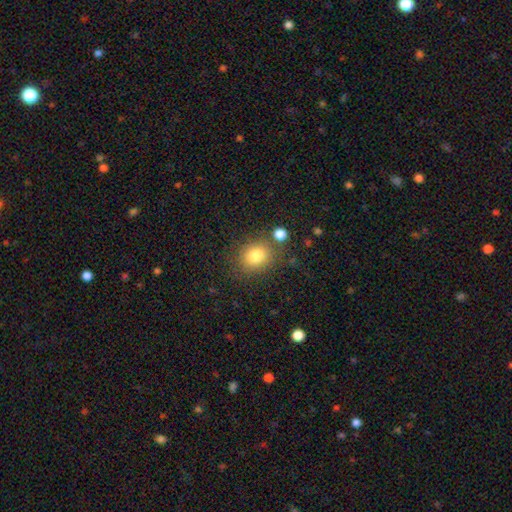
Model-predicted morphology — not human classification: Smooth or featured? Predicted: smooth (p=0.80). How rounded? Predicted: round (p=0.67). Merging? Predicted: none (p=0.74).